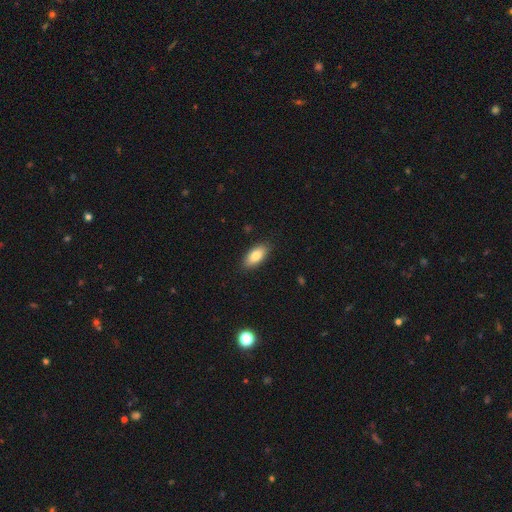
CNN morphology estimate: Smooth or featured? smooth (81%)
How rounded? in between (89%)
Merging? none (87%)